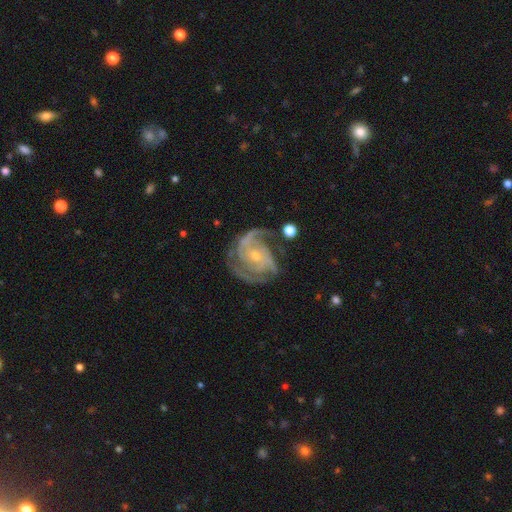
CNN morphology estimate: Smooth or featured? Predicted: featured or disk (p=0.90). Edge-on disk? Predicted: no (p=0.98). Bar? Predicted: no (p=0.65). Spiral arms? Predicted: yes (p=0.97). Spiral winding? Predicted: tight (p=0.50). Spiral arm count? Predicted: 3 (p=0.37). Bulge size? Predicted: small (p=0.69). Merging? Predicted: none (p=0.64).